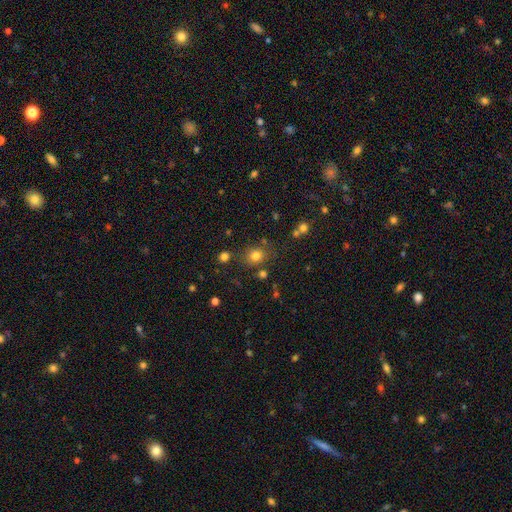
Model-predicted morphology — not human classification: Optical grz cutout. It shows a smooth galaxy with no disk features (78%) that is round (71%). Merging: none (77%).